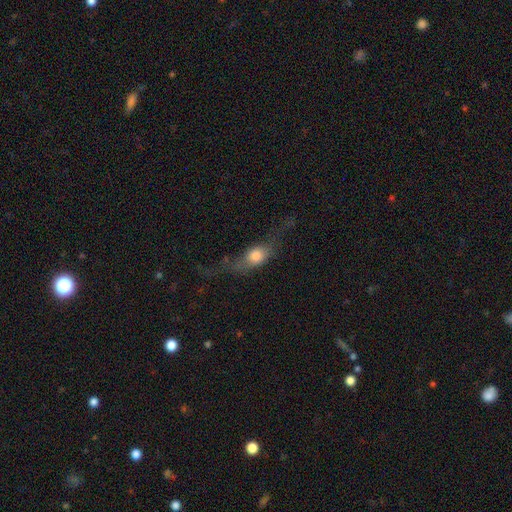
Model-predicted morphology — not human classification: Overall: smooth (53%; featured or disk 38%). How rounded: in between (57%; round 22%). Merging: major disturbance (38%, tied with none).